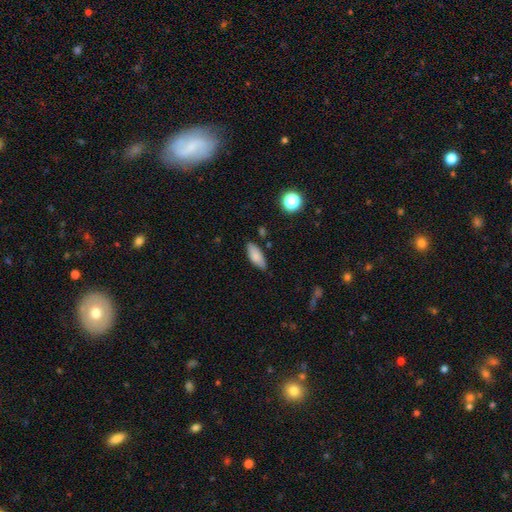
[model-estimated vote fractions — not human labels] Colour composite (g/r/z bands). It shows a smooth galaxy with no disk features (82%) that is in between round and cigar-shaped (81%). Merging: none (78%).